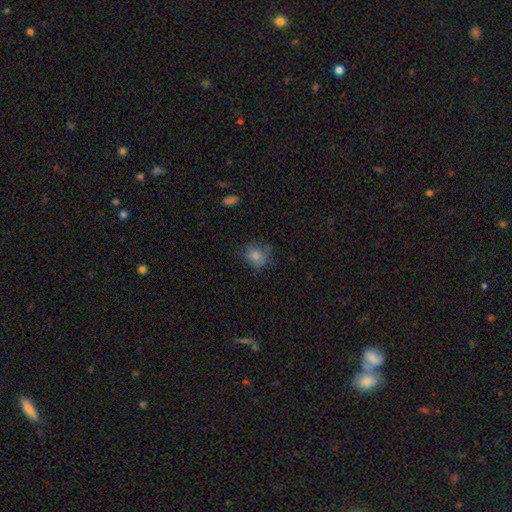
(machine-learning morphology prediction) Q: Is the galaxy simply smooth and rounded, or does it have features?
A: smooth — 71%.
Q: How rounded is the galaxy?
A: round — 70%.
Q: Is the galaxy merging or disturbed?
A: none — 64%.